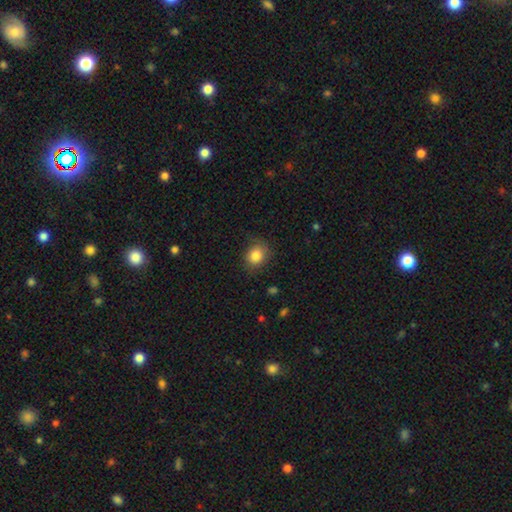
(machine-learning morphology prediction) Smooth or featured? Predicted: smooth (p=0.84). How rounded? Predicted: round (p=0.68). Merging? Predicted: none (p=0.75).